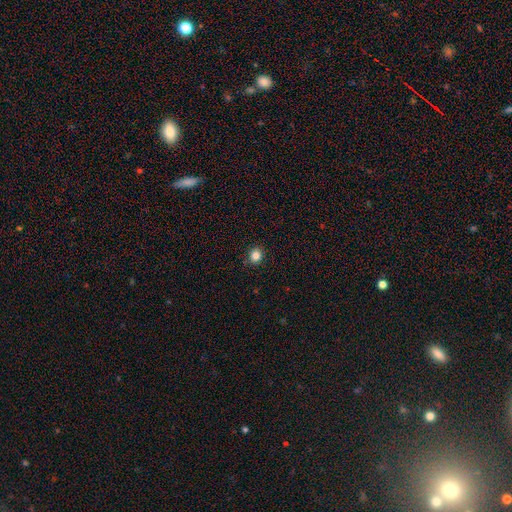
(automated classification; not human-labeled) A smooth galaxy with no disk features (84%) that is round (84%). Merging: none (90%).